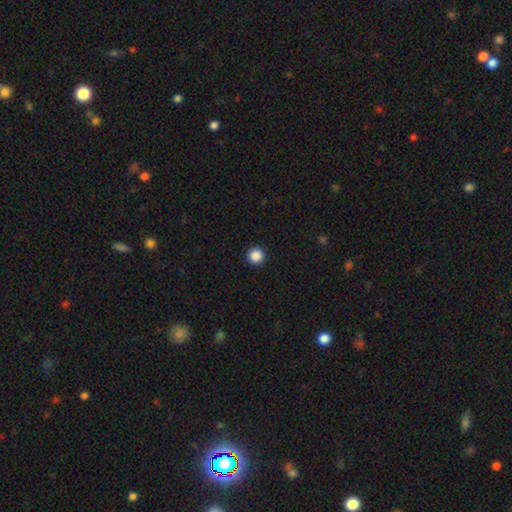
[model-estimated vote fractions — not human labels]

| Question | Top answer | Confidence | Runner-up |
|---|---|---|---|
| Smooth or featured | smooth | 88% | star or artifact (10%) |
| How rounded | round | 96% | in between (3%) |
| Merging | none | 94% | minor disturbance (4%) |